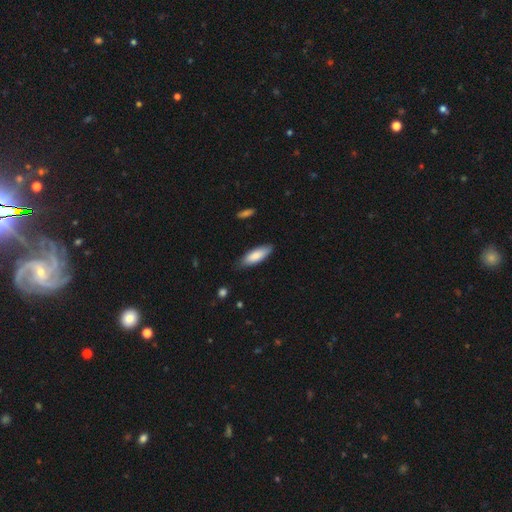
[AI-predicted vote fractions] Smooth or featured?
  - smooth: 85% *
  - featured or disk: 10%
  - star or artifact: 5%
How rounded?
  - in between: 60% *
  - cigar-shaped: 38%
  - round: 1%
Merging?
  - none: 81% *
  - minor disturbance: 15%
  - major disturbance: 2%
  - merger: 1%